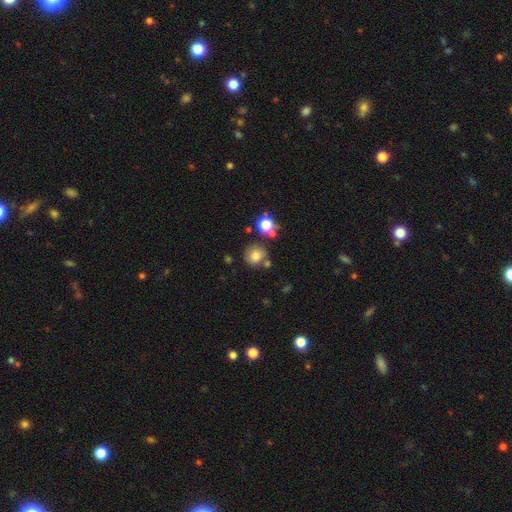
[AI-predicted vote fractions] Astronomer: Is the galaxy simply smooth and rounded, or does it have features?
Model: smooth — 76%.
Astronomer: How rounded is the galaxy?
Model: round — 87%.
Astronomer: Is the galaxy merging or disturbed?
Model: none — 69%.